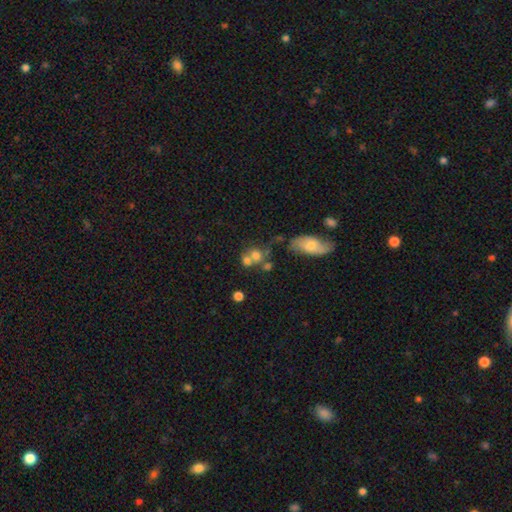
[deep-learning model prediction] smooth 68%, featured or disk 19%, star or artifact 12%. Down the decision tree: how rounded — round (69%); merging — merger (48%).